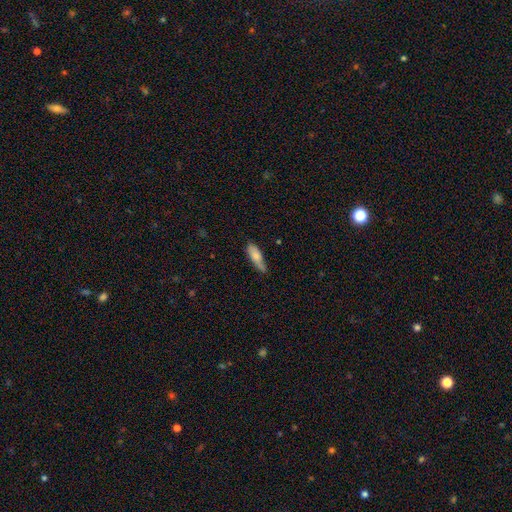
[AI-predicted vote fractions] smooth_or_featured: smooth (p=0.75) [alt: featured or disk p=0.19]
how_rounded: cigar-shaped (p=0.50) [alt: in between p=0.49]
merging: none (p=0.60) [alt: minor disturbance p=0.31]